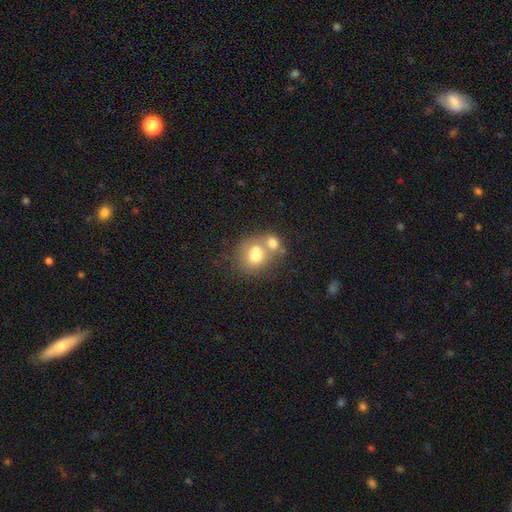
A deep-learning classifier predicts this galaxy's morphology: smooth-or-featured: smooth: 69% | featured or disk: 22% | star or artifact: 10%
  how-rounded: round: 63% | in between: 36% | cigar-shaped: 1%
  merging: merger: 59% | none: 27% | minor disturbance: 8% | major disturbance: 5%